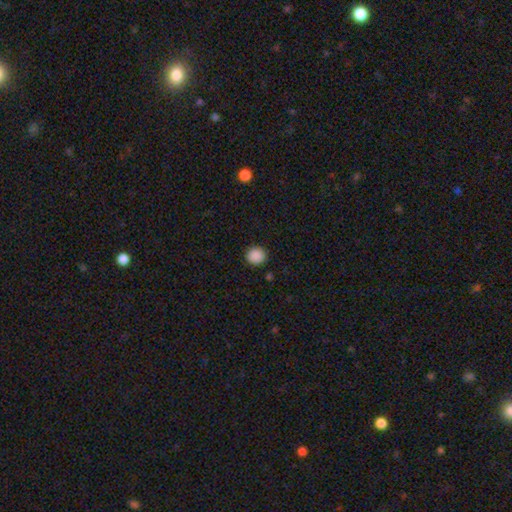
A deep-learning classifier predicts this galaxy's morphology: This is clearly a smooth galaxy (89%). How rounded: clearly round (87%). Merging: clearly none (90%).